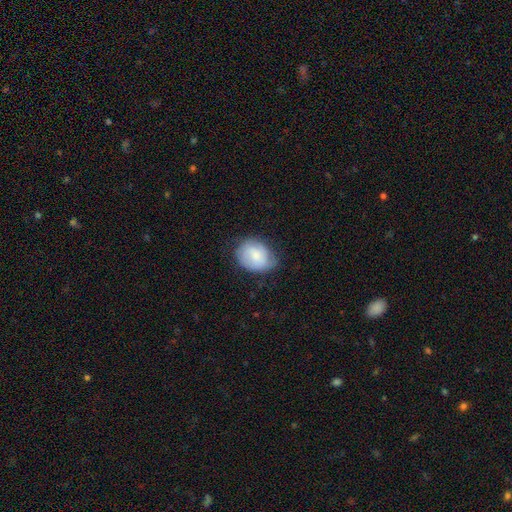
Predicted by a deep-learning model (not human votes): Q: Smooth or featured?
A: smooth (72%); runner-up: featured or disk (21%)
Q: How rounded?
A: in between (54%); runner-up: round (45%)
Q: Merging?
A: none (59%); runner-up: minor disturbance (32%)